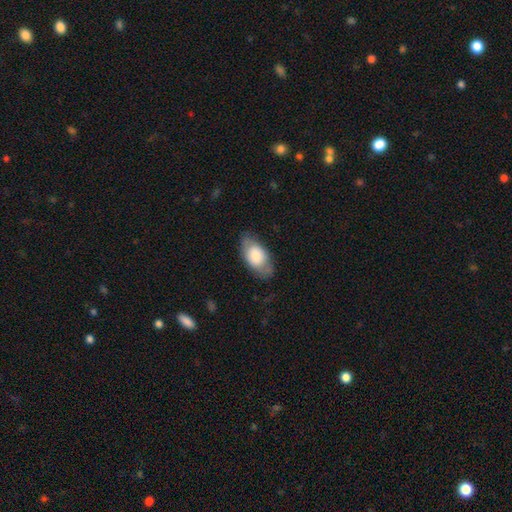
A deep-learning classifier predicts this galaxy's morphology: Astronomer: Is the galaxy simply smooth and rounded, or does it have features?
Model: smooth — 70%.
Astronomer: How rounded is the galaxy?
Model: in between — 91%.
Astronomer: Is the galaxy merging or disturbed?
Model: none — 74%.